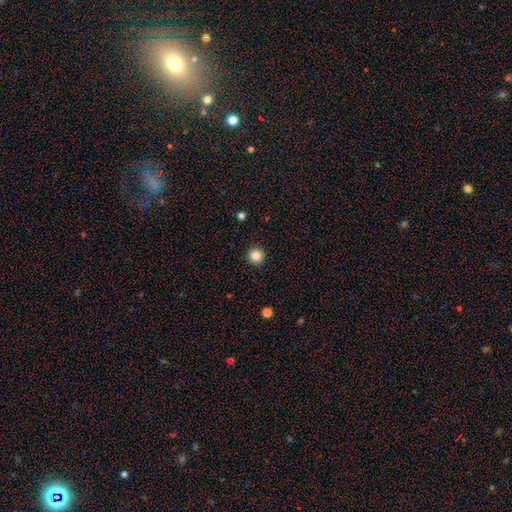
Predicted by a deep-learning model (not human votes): Smooth or featured? smooth (84%)
How rounded? round (94%)
Merging? none (93%)